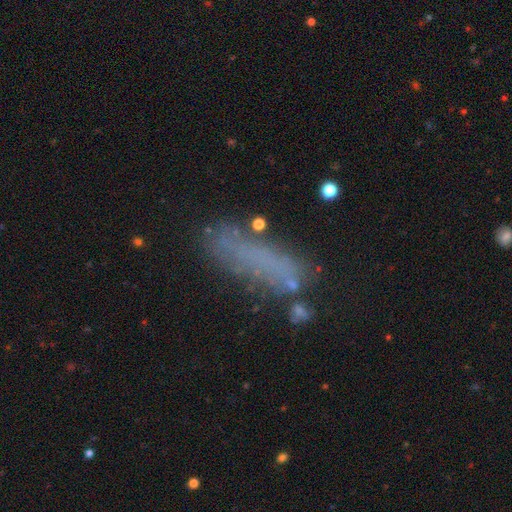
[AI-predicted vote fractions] Smooth or featured? smooth (53%)
How rounded? cigar-shaped (60%)
Merging? none (56%)